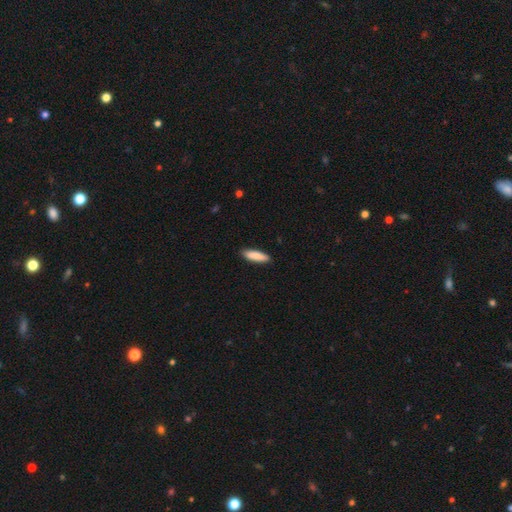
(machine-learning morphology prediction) Overall: smooth (88%). How rounded: cigar-shaped (61%; in between 38%). Merging: none (89%).